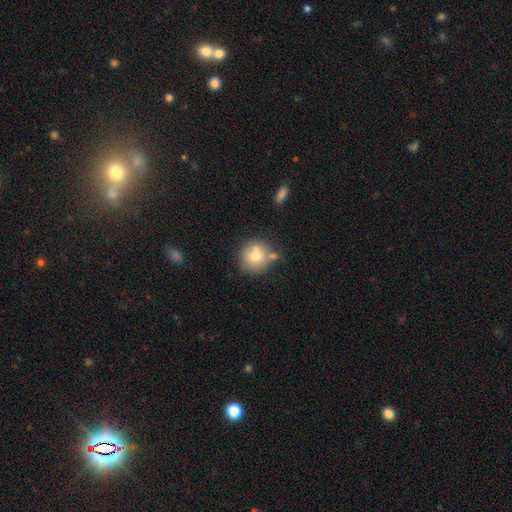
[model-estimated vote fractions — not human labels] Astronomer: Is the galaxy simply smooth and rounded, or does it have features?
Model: smooth — 70%.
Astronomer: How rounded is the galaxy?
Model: round — 91%.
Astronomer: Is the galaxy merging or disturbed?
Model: none — 59%.